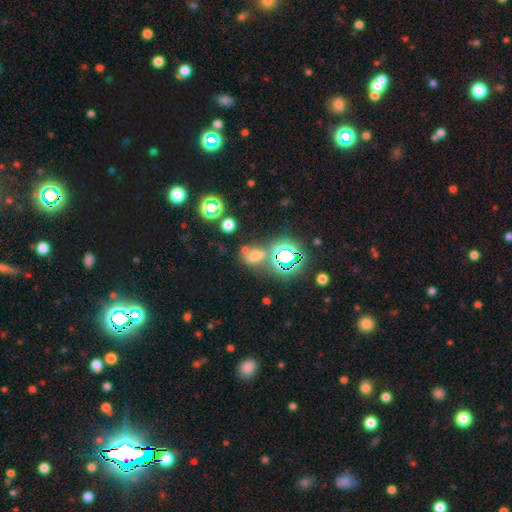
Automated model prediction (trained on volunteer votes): Smooth or featured? smooth (48%)
Merging? none (53%)